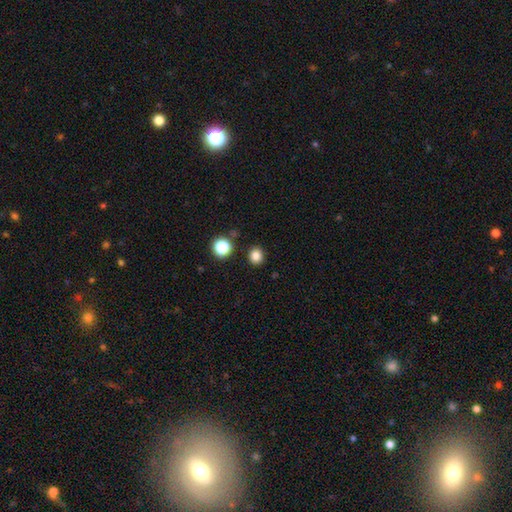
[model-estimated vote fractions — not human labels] smooth 83%, star or artifact 13%, featured or disk 4%. Down the decision tree: how rounded — round (83%); merging — none (89%).